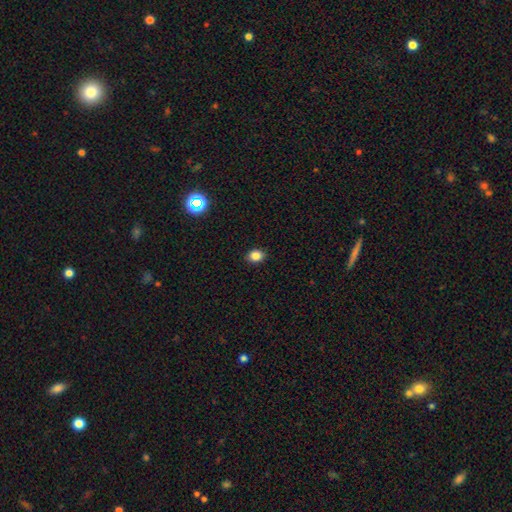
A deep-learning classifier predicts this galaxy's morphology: The model was most divided on "how rounded": in between: 53%, round: 46%, cigar-shaped: 1%. More confident: merging — none (89%); smooth or featured — smooth (84%).